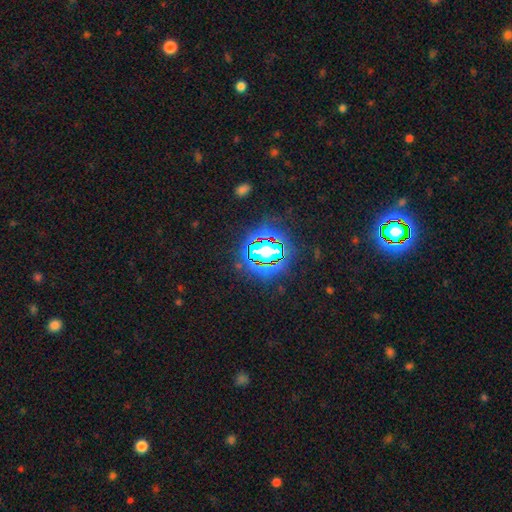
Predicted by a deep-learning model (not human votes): Q: Smooth or featured?
A: star or artifact (79%); runner-up: smooth (13%)